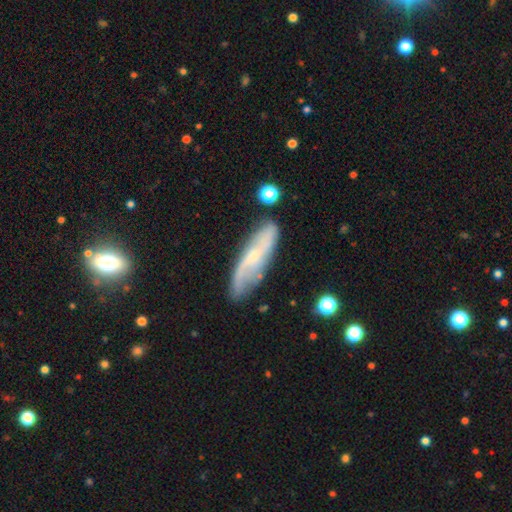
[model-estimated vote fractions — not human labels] Smooth or featured? Predicted: featured or disk (p=0.63). Edge-on disk? Predicted: no (p=0.76). Merging? Predicted: none (p=0.74).